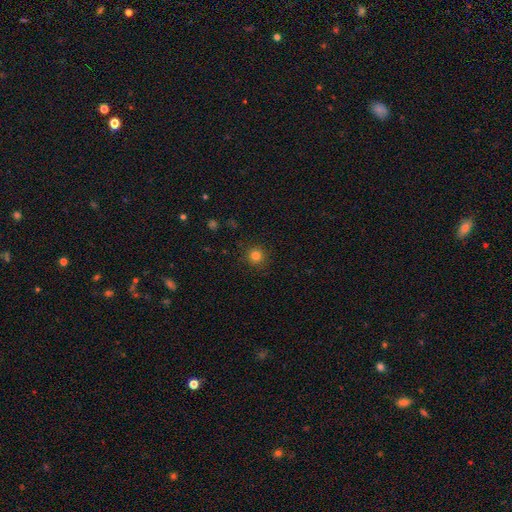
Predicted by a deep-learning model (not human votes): Morphology: type=smooth (81%); roundness=round (95%); merging=none (90%).